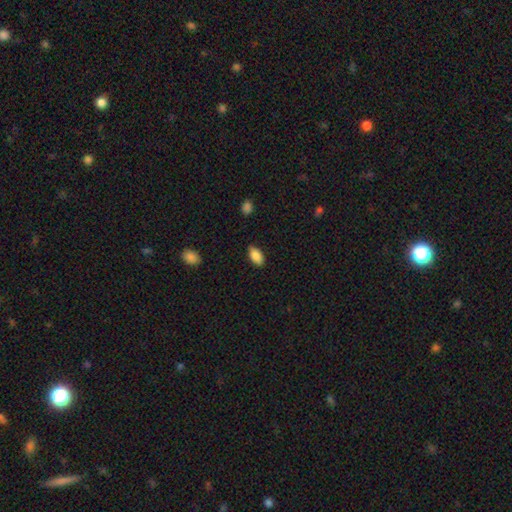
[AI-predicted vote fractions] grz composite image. It shows a smooth galaxy with no disk features (87%) that is in between round and cigar-shaped (92%). Merging: none (86%).